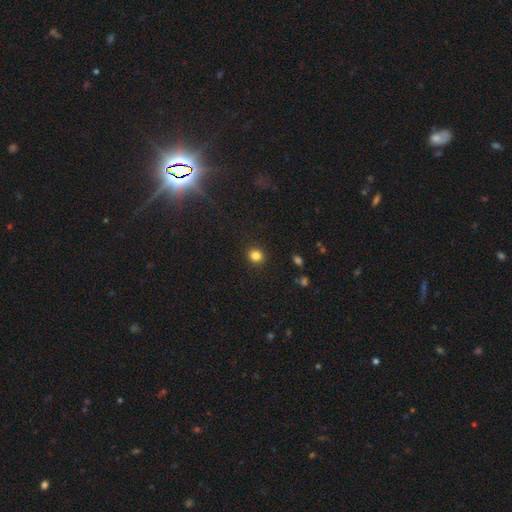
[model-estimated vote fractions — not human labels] This appears to be a smooth galaxy with no disk features (83%) that is round (81%). Merging: none (90%).